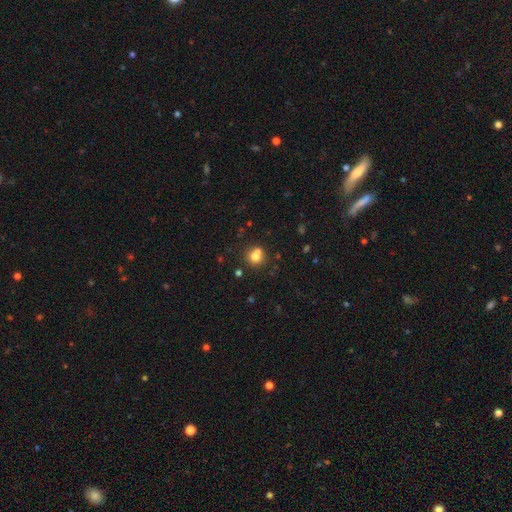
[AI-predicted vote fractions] Q: Smooth or featured?
A: smooth (70%); runner-up: featured or disk (15%)
Q: How rounded?
A: round (87%); runner-up: in between (12%)
Q: Merging?
A: none (49%); runner-up: merger (40%)